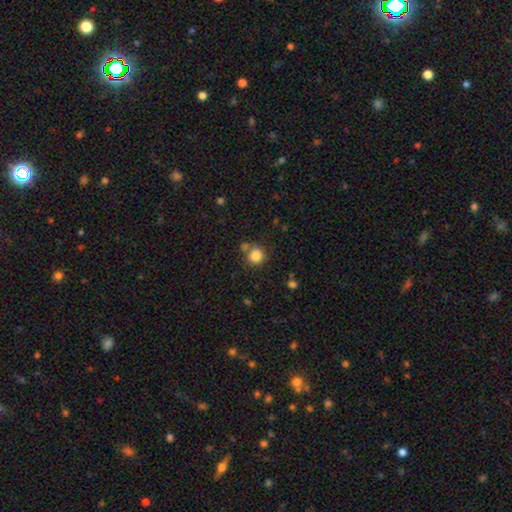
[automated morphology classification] The model was most divided on "merging": none: 71%, merger: 15%, minor disturbance: 11%, major disturbance: 4%. More confident: how rounded — round (90%); smooth or featured — smooth (84%).